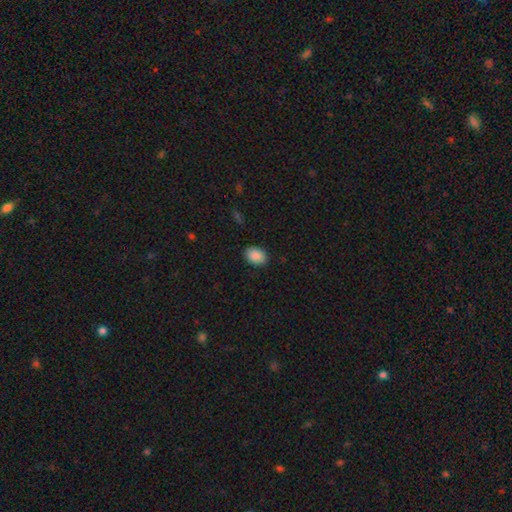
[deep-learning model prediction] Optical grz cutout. It shows a smooth galaxy with no disk features (89%) that is in between round and cigar-shaped (78%). Merging: none (88%).